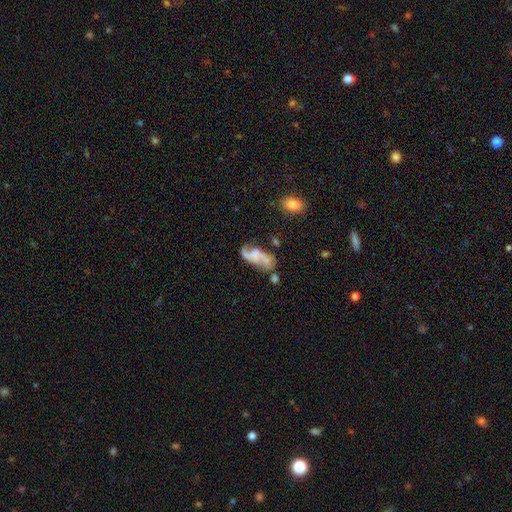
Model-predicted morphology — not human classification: Overall: featured or disk (69%). Edge-on disk: no (96%). Bar: no (59%; weak 32%). Spiral arms: yes (80%). Spiral arm count: 2 (82%). Spiral winding: loose (60%; medium 32%). Bulge size: none (36%; small 30%). Merging: none (35%; merger 24%).